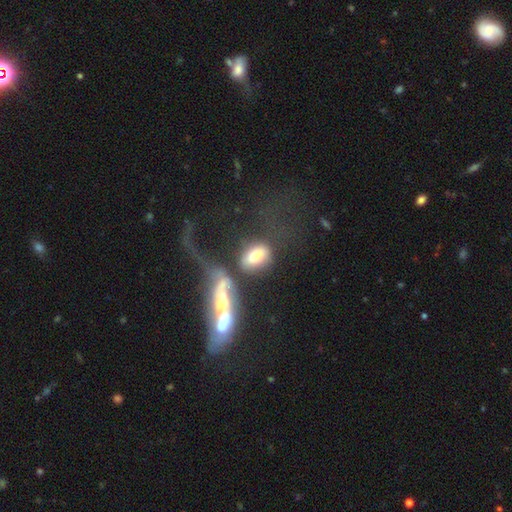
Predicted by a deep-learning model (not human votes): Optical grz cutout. It shows a smooth galaxy with no disk features (70%) that is in between round and cigar-shaped (83%). Merging: none (36%).